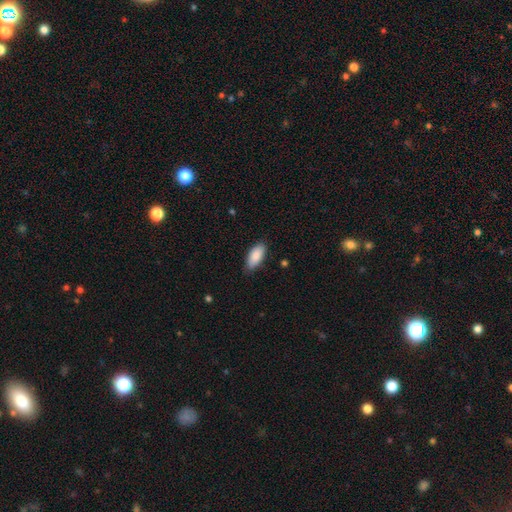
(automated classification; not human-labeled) Smooth or featured? Predicted: smooth (p=0.89). How rounded? Predicted: in between (p=0.88). Merging? Predicted: none (p=0.83).